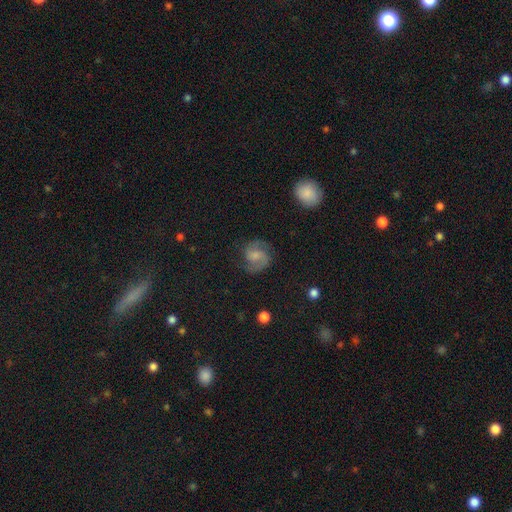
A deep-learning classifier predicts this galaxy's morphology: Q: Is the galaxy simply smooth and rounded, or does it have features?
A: featured or disk — 76%.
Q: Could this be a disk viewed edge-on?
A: no — 98%.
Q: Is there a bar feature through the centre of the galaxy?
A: weak — 46%.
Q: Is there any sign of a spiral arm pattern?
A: yes — 96%.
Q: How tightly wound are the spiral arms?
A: medium — 58%.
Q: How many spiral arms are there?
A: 2 — 91%.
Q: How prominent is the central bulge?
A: small — 37%.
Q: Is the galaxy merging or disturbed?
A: none — 76%.